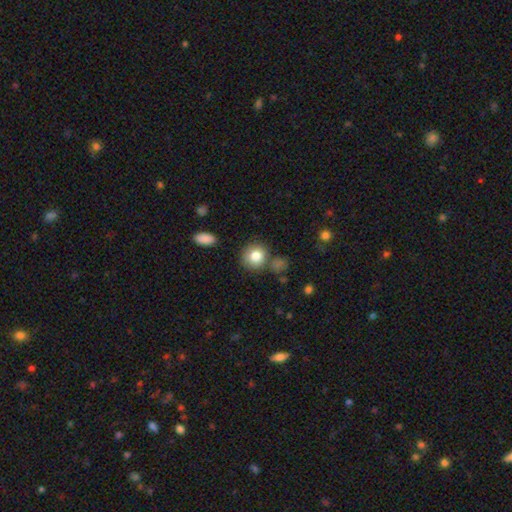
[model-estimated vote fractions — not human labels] Smooth or featured? smooth (82%)
How rounded? round (81%)
Merging? none (76%)